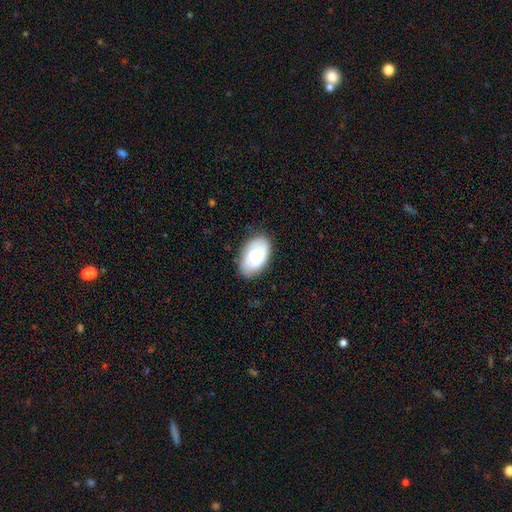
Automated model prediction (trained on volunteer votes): smooth-or-featured: smooth: 49% | featured or disk: 44% | star or artifact: 6%
  merging: none: 80% | minor disturbance: 15% | major disturbance: 4% | merger: 1%